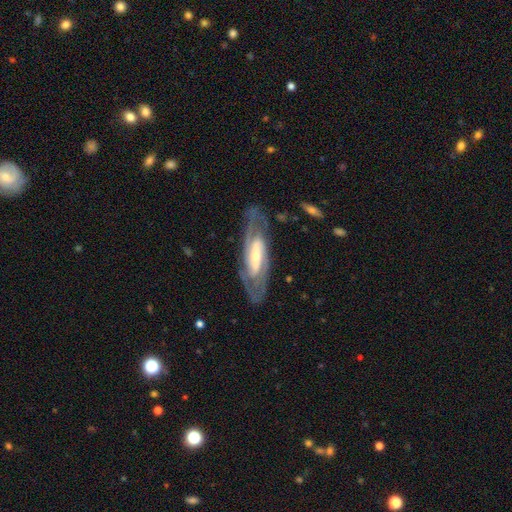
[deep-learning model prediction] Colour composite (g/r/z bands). It shows a featured or disk galaxy (83%) with a strong bar (42%), 2 (74%) tight (49%) spiral arms (92%) and a small central bulge (49%). Merging: none (75%).